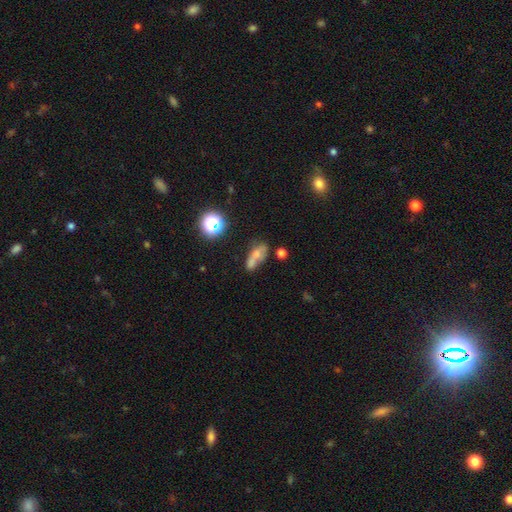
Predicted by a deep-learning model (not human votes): smooth 54%, featured or disk 29%, star or artifact 17%. Down the decision tree: how rounded — in between (69%); merging — merger (33%).